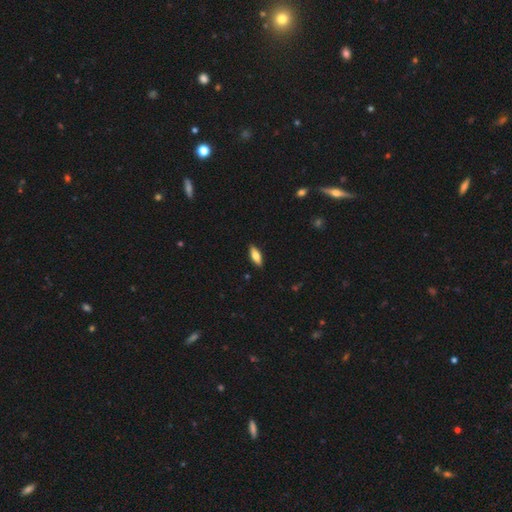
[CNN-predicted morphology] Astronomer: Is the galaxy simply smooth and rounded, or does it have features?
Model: smooth — 73%.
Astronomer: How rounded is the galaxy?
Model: in between — 72%.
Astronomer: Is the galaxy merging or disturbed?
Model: none — 89%.